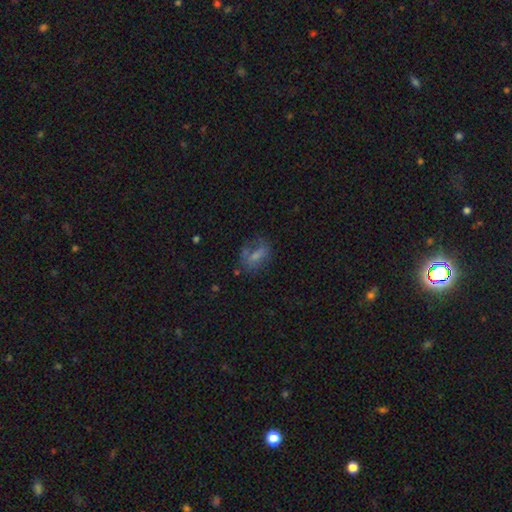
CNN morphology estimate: smooth-or-featured: smooth: 57% | featured or disk: 30% | star or artifact: 13%
  how-rounded: in between: 74% | round: 21% | cigar-shaped: 5%
  merging: none: 46% | minor disturbance: 24% | major disturbance: 22% | merger: 7%